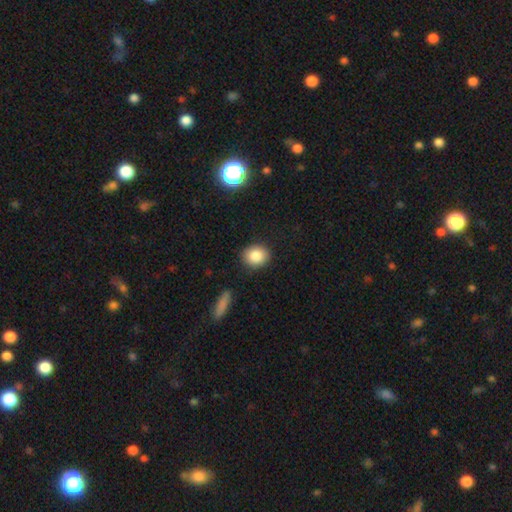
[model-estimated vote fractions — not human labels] Q: Smooth or featured?
A: smooth (86%); runner-up: star or artifact (8%)
Q: How rounded?
A: round (64%); runner-up: in between (35%)
Q: Merging?
A: none (87%); runner-up: minor disturbance (9%)